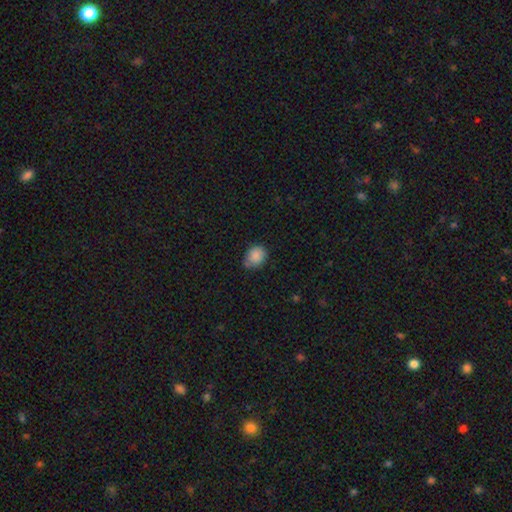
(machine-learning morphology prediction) Smooth or featured?
  - smooth: 87% *
  - star or artifact: 8%
  - featured or disk: 5%
How rounded?
  - round: 56% *
  - in between: 43%
  - cigar-shaped: 1%
Merging?
  - none: 62% *
  - minor disturbance: 30%
  - major disturbance: 5%
  - merger: 4%